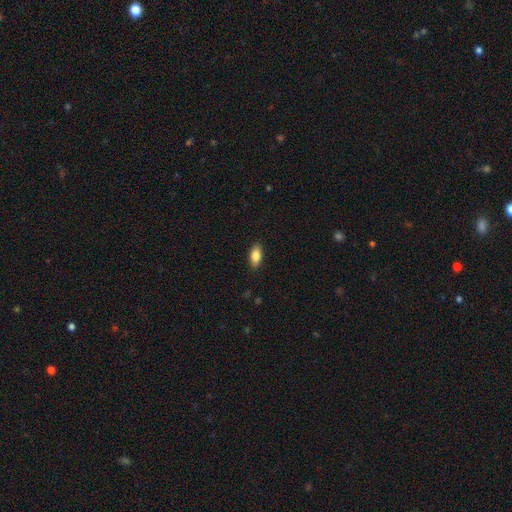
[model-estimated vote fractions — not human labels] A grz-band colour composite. It shows a smooth galaxy with no disk features (83%) that is in between round and cigar-shaped (87%). Merging: none (89%).